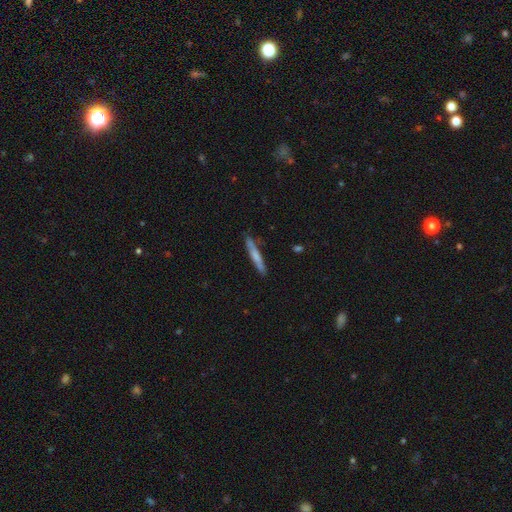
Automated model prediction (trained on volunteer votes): This is possibly a smooth galaxy (60%). How rounded: clearly cigar-shaped (94%). Merging: clearly none (83%).